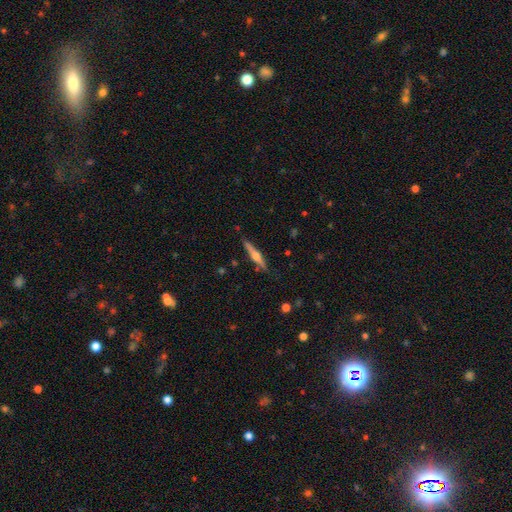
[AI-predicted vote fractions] The model was most divided on "smooth or featured": featured or disk: 67%, smooth: 27%, star or artifact: 6%. More confident: edge-on disk — yes (98%); edge-on bulge — rounded (89%); merging — none (87%).